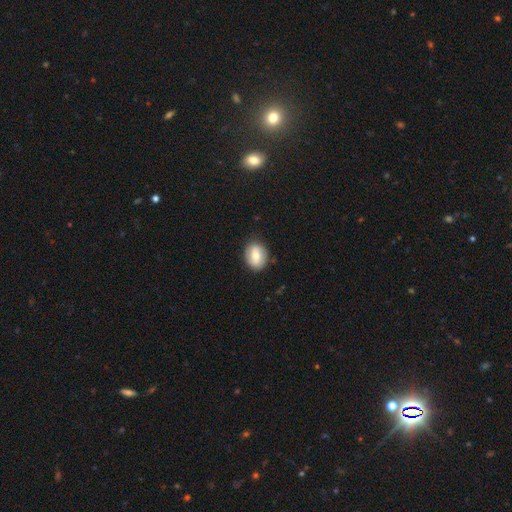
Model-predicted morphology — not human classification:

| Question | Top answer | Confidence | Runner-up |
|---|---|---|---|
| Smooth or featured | smooth | 65% | featured or disk (28%) |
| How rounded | round | 54% | in between (45%) |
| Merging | none | 84% | minor disturbance (12%) |